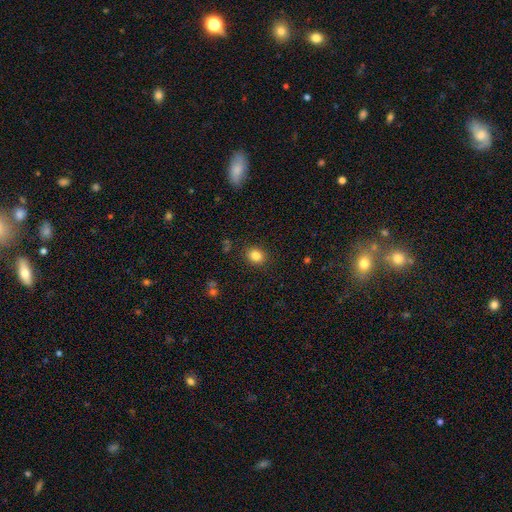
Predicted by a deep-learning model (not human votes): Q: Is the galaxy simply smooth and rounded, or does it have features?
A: smooth — 83%.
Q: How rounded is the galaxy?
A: round — 65%.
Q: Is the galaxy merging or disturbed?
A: none — 88%.